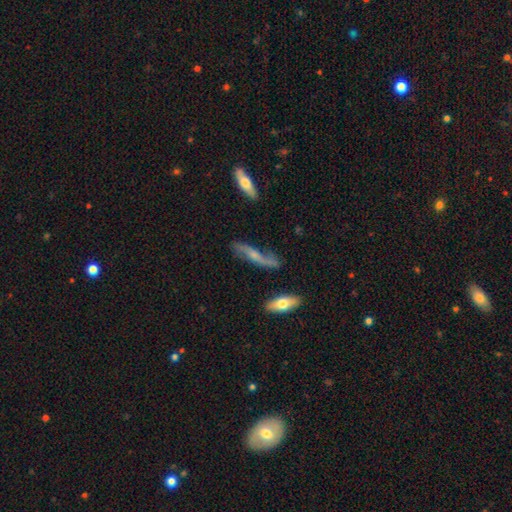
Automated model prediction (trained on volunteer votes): Q: Smooth or featured?
A: featured or disk (74%); runner-up: smooth (18%)
Q: Edge-on disk?
A: no (66%); runner-up: yes (34%)
Q: Merging?
A: none (70%); runner-up: minor disturbance (20%)